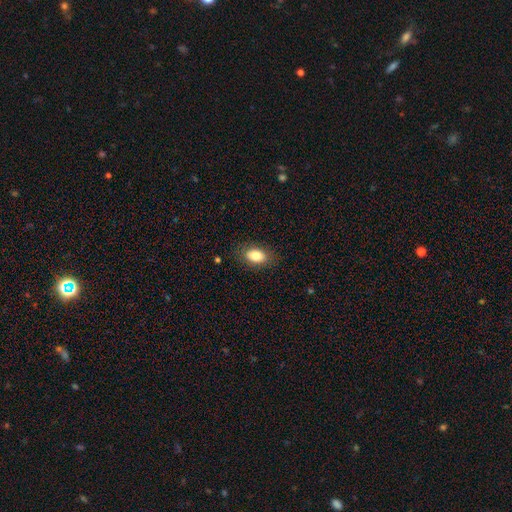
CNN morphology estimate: Smooth or featured? smooth (83%)
How rounded? in between (88%)
Merging? none (85%)